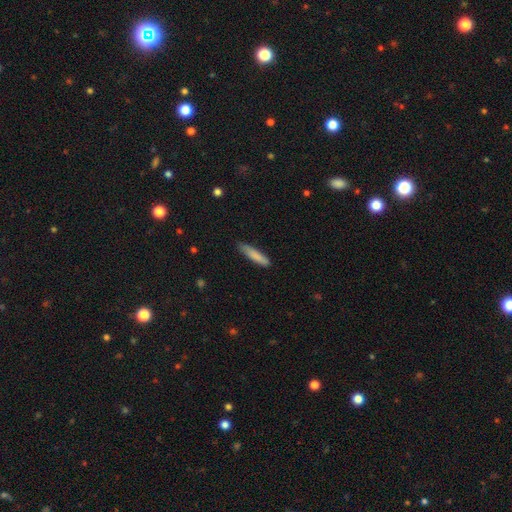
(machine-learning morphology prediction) Smooth or featured? smooth (82%)
How rounded? cigar-shaped (86%)
Merging? none (80%)